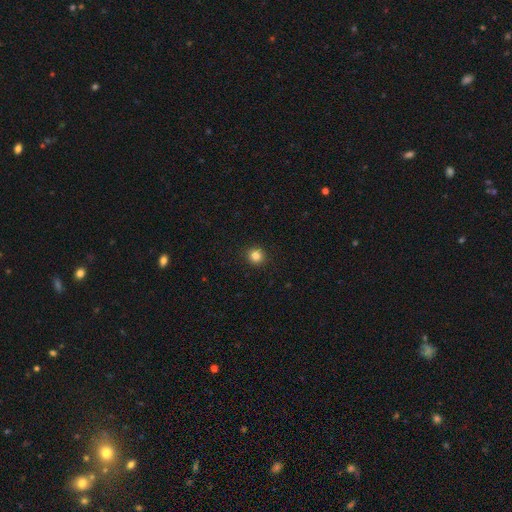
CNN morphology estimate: Smooth or featured? Predicted: smooth (p=0.84). How rounded? Predicted: round (p=0.93). Merging? Predicted: none (p=0.93).